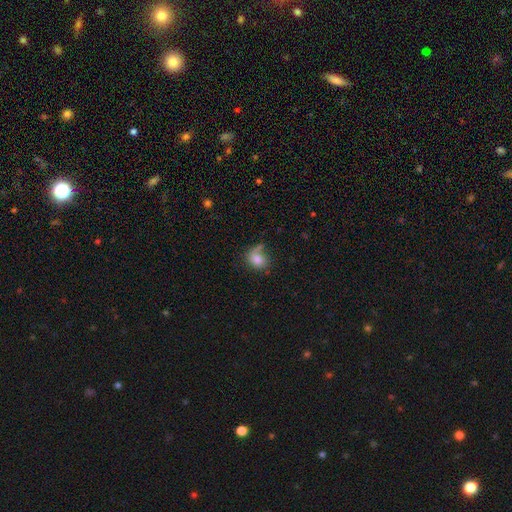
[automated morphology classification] Smooth or featured? smooth (74%)
How rounded? round (57%)
Merging? none (47%)